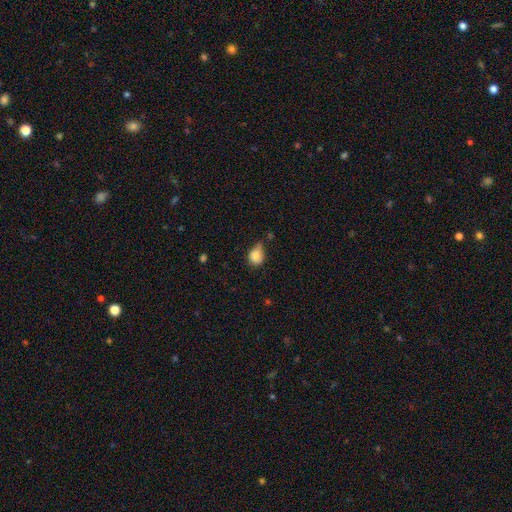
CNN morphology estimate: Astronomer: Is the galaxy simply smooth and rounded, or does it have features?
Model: smooth — 83%.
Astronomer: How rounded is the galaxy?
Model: round — 56% (runner-up: in between, 42%).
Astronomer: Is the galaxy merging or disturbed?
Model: minor disturbance — 44% (runner-up: none, 36%).